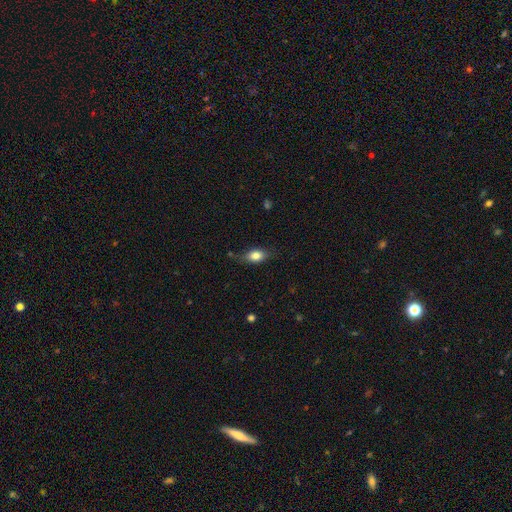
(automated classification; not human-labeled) Q: Smooth or featured?
A: smooth (78%); runner-up: featured or disk (14%)
Q: How rounded?
A: in between (79%); runner-up: round (14%)
Q: Merging?
A: none (70%); runner-up: minor disturbance (22%)